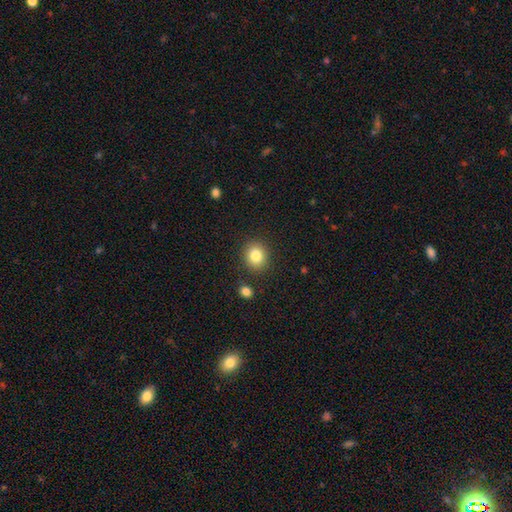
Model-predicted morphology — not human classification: smooth-or-featured: smooth: 83% | star or artifact: 10% | featured or disk: 7%
  how-rounded: round: 79% | in between: 20% | cigar-shaped: 1%
  merging: none: 87% | minor disturbance: 8% | merger: 3% | major disturbance: 3%